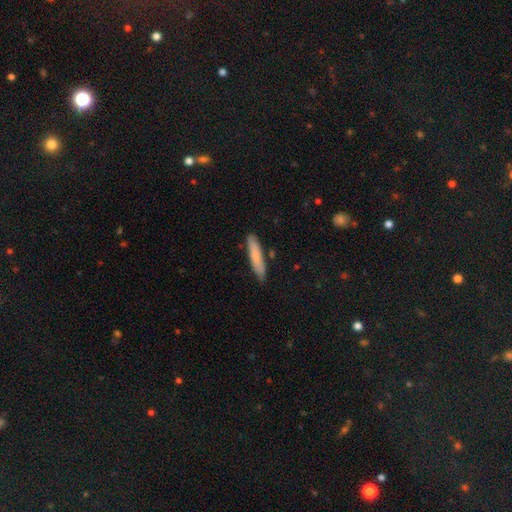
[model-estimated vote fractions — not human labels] Smooth or featured?
  - smooth: 78% *
  - featured or disk: 17%
  - star or artifact: 6%
How rounded?
  - cigar-shaped: 88% *
  - in between: 11%
  - round: 1%
Merging?
  - none: 83% *
  - minor disturbance: 13%
  - merger: 3%
  - major disturbance: 2%